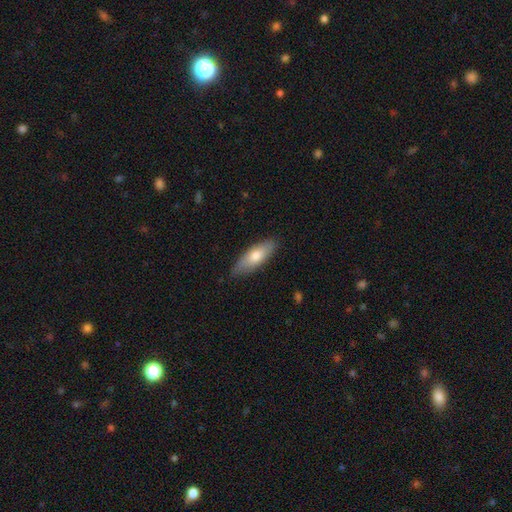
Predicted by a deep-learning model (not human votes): A smooth galaxy with no disk features (69%) that is in between round and cigar-shaped (61%).

Vote fractions:
- Smooth or featured? smooth: 69% / featured or disk: 25% / star or artifact: 6%
- How rounded? in between: 61% / cigar-shaped: 37% / round: 2%
- Merging? none: 84% / minor disturbance: 13% / major disturbance: 2% / merger: 1%